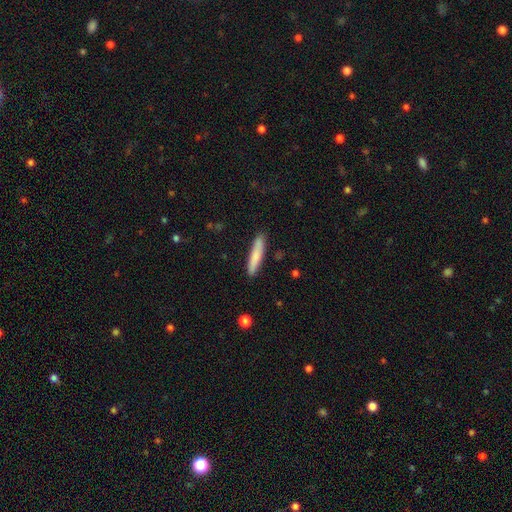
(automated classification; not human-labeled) A smooth galaxy with no disk features (77%) that is cigar-shaped (90%). Merging: none (87%).